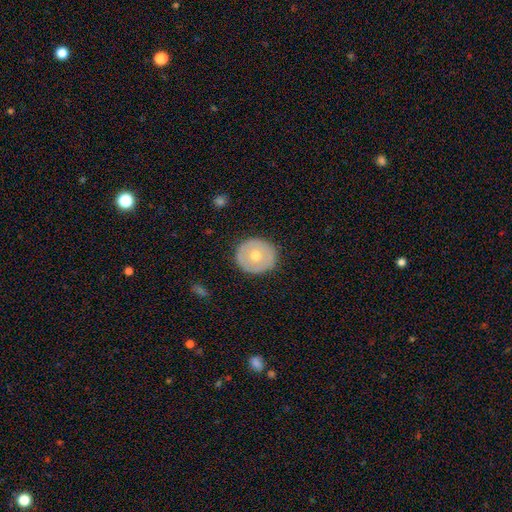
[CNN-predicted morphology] Smooth or featured: smooth — 56% (featured or disk — 38%)
How rounded: round — 84% (in between — 15%)
Merging: none — 88% (minor disturbance — 8%)